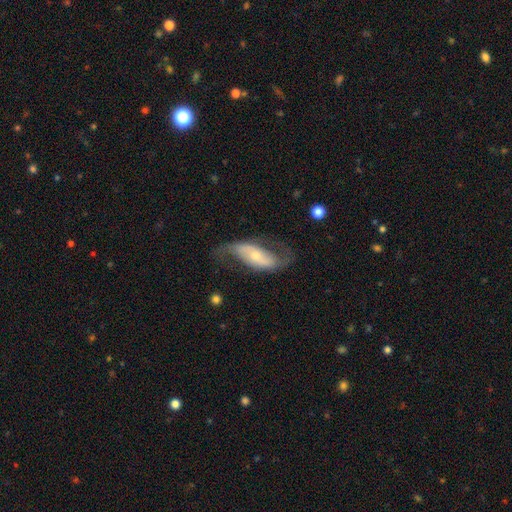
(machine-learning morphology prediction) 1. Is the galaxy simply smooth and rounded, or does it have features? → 79% featured or disk, 15% smooth, 6% star or artifact.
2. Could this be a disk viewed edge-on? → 92% no, 8% yes.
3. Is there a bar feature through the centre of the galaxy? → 42% no, 30% weak, 28% strong.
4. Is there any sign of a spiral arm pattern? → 90% yes, 10% no.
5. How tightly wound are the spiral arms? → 63% loose, 28% medium, 9% tight.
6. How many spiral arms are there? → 90% 2, 5% can't tell, 3% 1, 1% 3, 1% 4, 1% more than 4.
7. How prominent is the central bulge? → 61% small, 32% moderate, 3% large, 2% none, 1% dominant.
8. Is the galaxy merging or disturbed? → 62% none, 20% minor disturbance, 16% major disturbance, 2% merger.